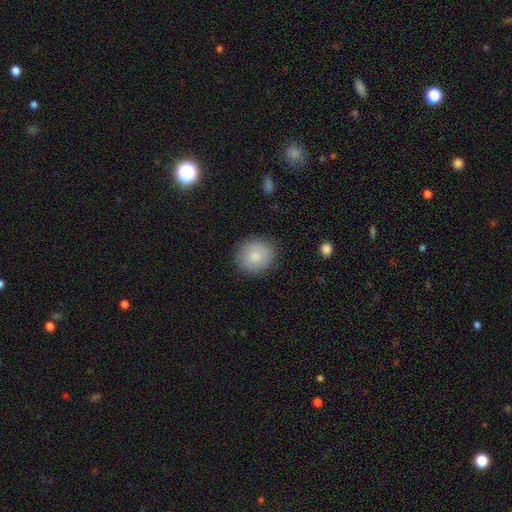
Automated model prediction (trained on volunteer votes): smooth_or_featured: smooth (p=0.83) [alt: featured or disk p=0.10]
how_rounded: round (p=0.75) [alt: in between p=0.24]
merging: none (p=0.85) [alt: minor disturbance p=0.11]